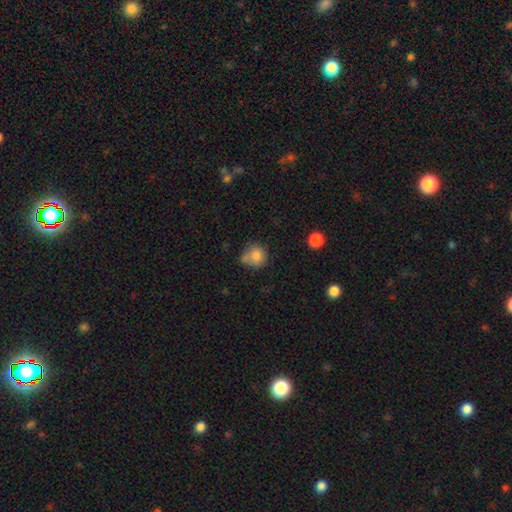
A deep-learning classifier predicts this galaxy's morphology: The model was most divided on "merging": none: 53%, minor disturbance: 22%, merger: 19%, major disturbance: 6%. More confident: how rounded — round (85%); smooth or featured — smooth (80%).